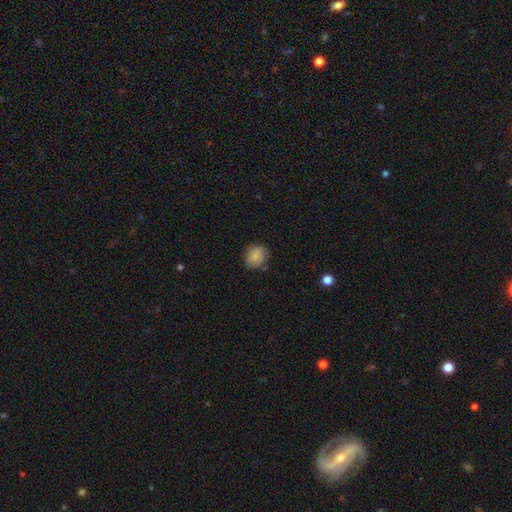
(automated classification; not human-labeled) The model was most divided on "how rounded": round: 63%, in between: 36%, cigar-shaped: 1%. More confident: smooth or featured — smooth (83%); merging — none (74%).